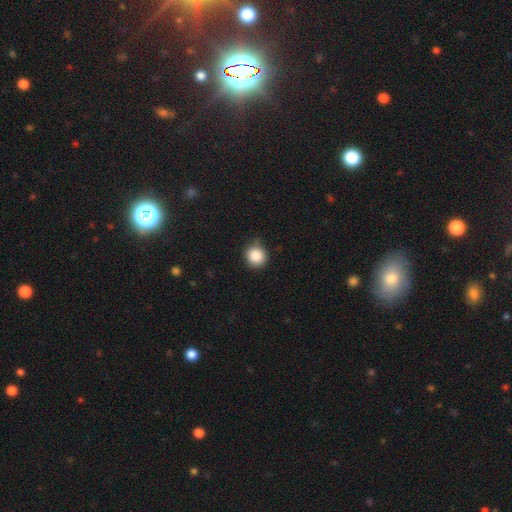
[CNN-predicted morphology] The model was most divided on "merging": none: 79%, minor disturbance: 17%, major disturbance: 3%, merger: 1%. More confident: how rounded — round (92%); smooth or featured — smooth (87%).